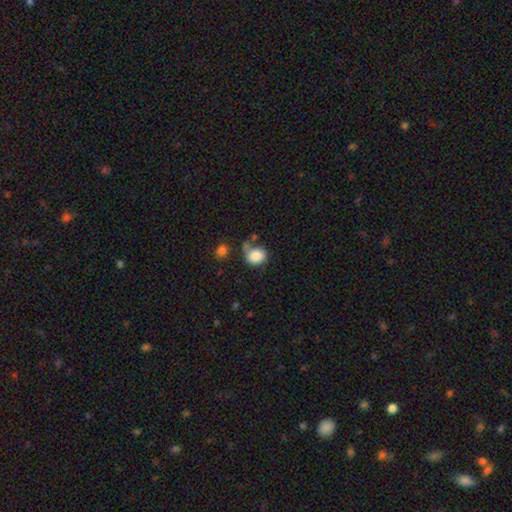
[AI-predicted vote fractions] A smooth galaxy with no disk features (86%) that is round (63%).

Vote fractions:
- Smooth or featured? smooth: 86% / star or artifact: 9% / featured or disk: 6%
- How rounded? round: 63% / in between: 36% / cigar-shaped: 1%
- Merging? none: 53% / minor disturbance: 21% / merger: 18% / major disturbance: 9%